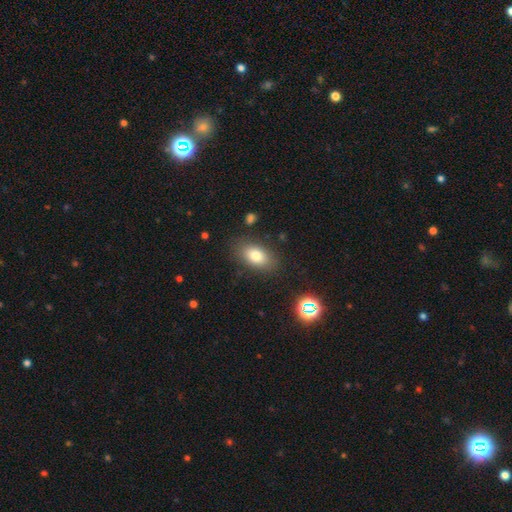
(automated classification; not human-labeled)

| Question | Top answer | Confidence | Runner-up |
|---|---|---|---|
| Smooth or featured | smooth | 78% | featured or disk (12%) |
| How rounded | in between | 87% | round (10%) |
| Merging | none | 83% | minor disturbance (11%) |